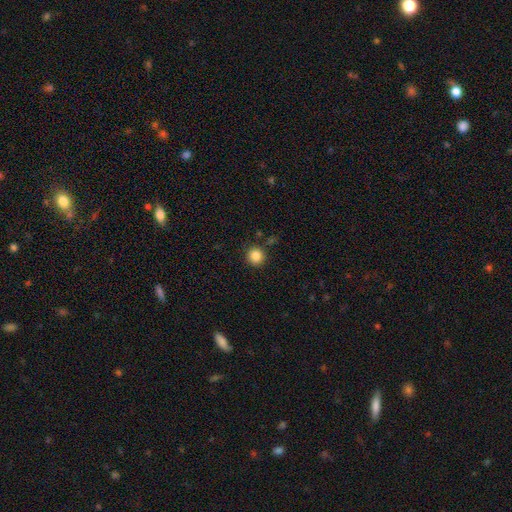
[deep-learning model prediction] The model was most divided on "smooth or featured": smooth: 85%, star or artifact: 11%, featured or disk: 4%. More confident: how rounded — round (94%); merging — none (89%).